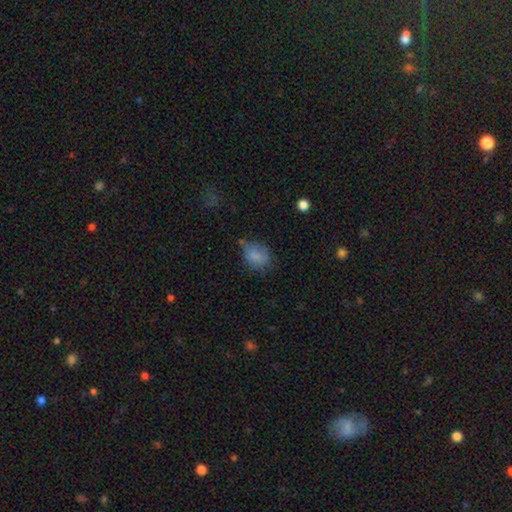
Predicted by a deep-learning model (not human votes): Smooth or featured: smooth — 77% (featured or disk — 13%)
How rounded: in between — 65% (round — 34%)
Merging: none — 46% (minor disturbance — 34%)